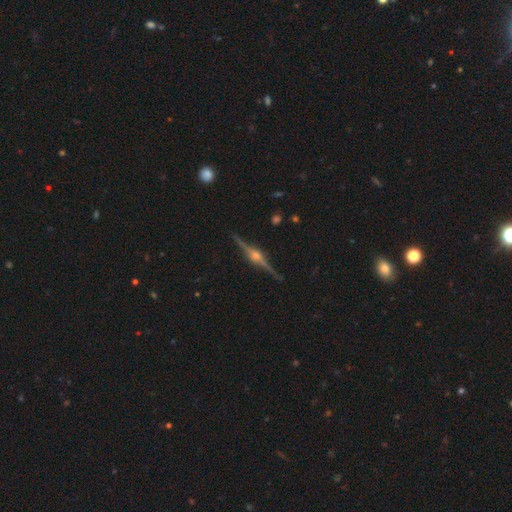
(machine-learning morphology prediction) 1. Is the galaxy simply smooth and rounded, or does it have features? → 91% featured or disk, 5% star or artifact, 4% smooth.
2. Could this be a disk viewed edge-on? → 98% yes, 2% no.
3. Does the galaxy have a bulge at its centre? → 93% rounded, 5% boxy, 2% none.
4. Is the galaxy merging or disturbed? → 91% none, 7% minor disturbance, 1% major disturbance, 1% merger.